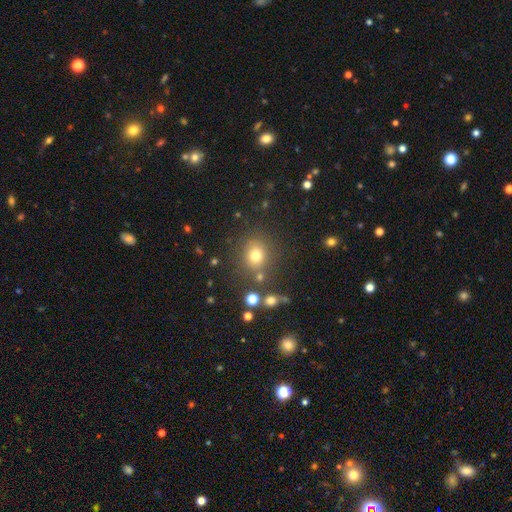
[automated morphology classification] This appears to be a smooth galaxy with no disk features (74%) that is round (82%). Merging: none (78%).